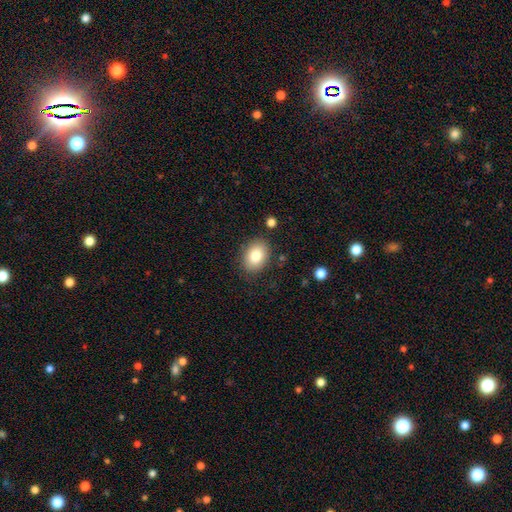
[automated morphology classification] smooth 82%, featured or disk 10%, star or artifact 8%. Down the decision tree: how rounded — in between (74%); merging — none (84%).